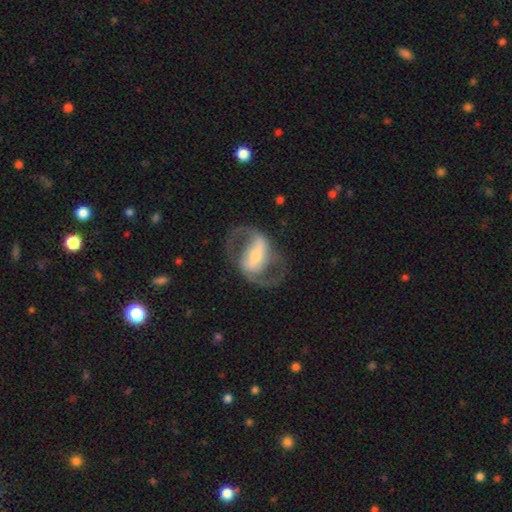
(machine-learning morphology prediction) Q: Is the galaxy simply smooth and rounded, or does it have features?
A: featured or disk — 84%.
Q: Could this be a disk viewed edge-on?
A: no — 96%.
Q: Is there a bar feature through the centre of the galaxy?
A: strong — 60%.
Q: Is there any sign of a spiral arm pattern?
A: yes — 87%.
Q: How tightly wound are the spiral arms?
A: medium — 54%.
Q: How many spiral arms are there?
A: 2 — 90%.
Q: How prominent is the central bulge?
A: small — 43%.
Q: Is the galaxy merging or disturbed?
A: none — 70%.